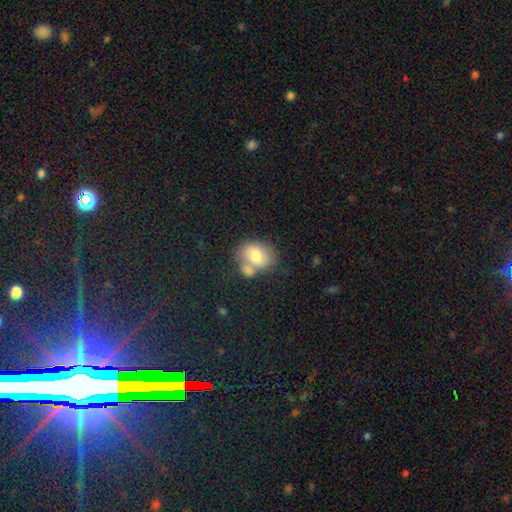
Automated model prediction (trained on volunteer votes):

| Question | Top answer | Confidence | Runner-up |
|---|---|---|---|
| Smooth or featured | smooth | 69% | featured or disk (23%) |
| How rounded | in between | 59% | round (40%) |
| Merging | none | 44% | merger (35%) |